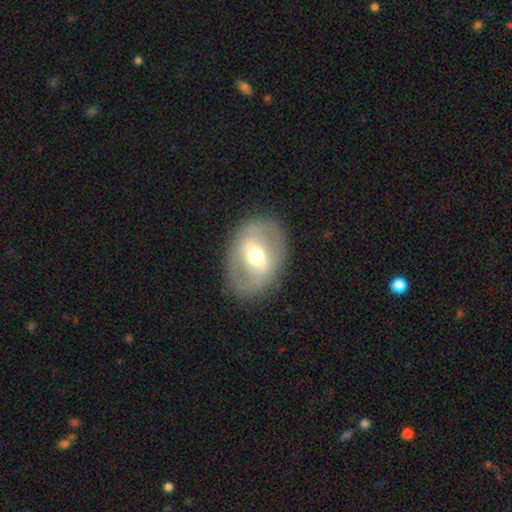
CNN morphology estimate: The model was most divided on "bar": strong: 51%, weak: 32%, no: 16%. More confident: edge-on disk — no (89%); merging — none (82%); spiral arms — no (73%); bulge size — moderate (69%); smooth or featured — featured or disk (63%).